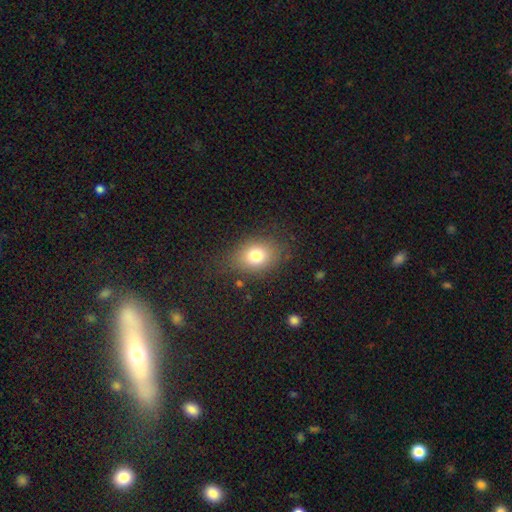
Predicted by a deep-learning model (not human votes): A smooth galaxy with no disk features (77%) that is in between round and cigar-shaped (64%).

Vote fractions:
- Smooth or featured? smooth: 77% / featured or disk: 12% / star or artifact: 11%
- How rounded? in between: 64% / round: 35% / cigar-shaped: 1%
- Merging? none: 75% / minor disturbance: 16% / major disturbance: 7% / merger: 2%